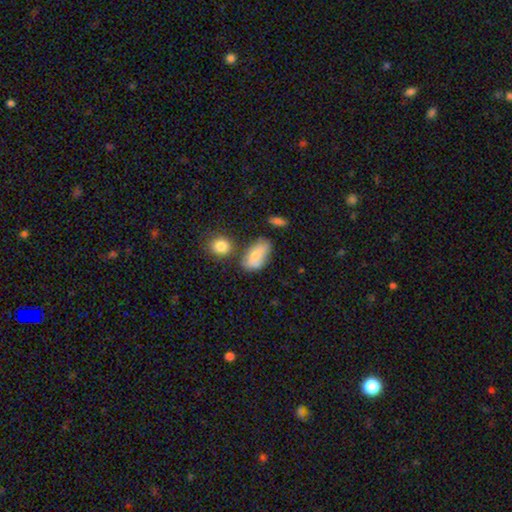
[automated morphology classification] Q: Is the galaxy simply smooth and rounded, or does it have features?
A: smooth — 69%.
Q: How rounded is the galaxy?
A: in between — 90%.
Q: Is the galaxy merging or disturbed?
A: none — 59%.